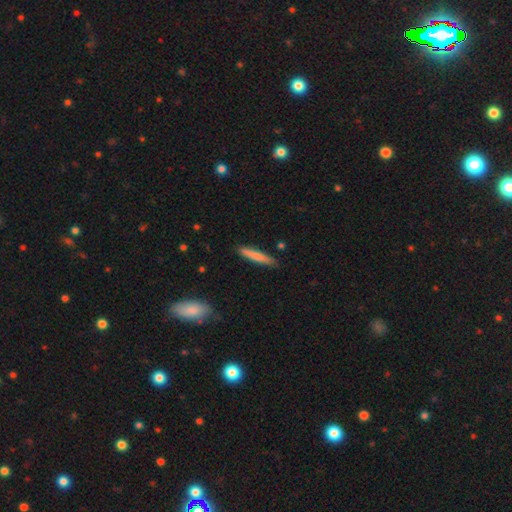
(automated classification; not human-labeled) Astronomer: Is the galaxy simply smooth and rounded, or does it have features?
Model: smooth — 78%.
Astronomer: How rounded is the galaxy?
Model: cigar-shaped — 92%.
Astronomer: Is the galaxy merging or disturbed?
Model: none — 88%.